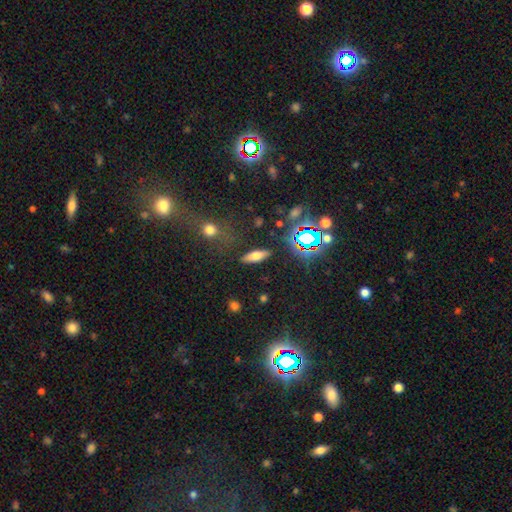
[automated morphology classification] A smooth galaxy with no disk features (61%) that is in between round and cigar-shaped (55%).

Vote fractions:
- Smooth or featured? smooth: 61% / featured or disk: 23% / star or artifact: 15%
- How rounded? in between: 55% / cigar-shaped: 40% / round: 5%
- Merging? none: 85% / minor disturbance: 10% / major disturbance: 3% / merger: 2%